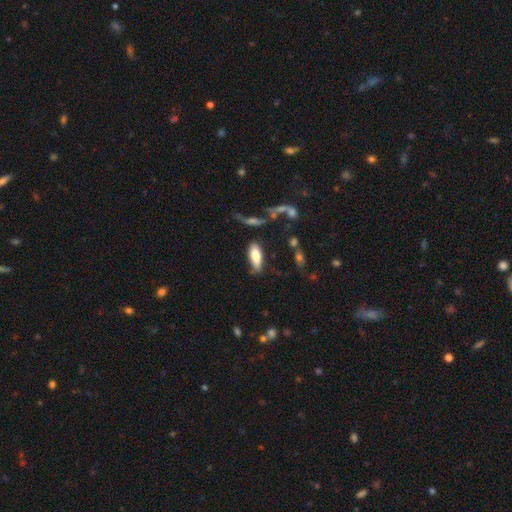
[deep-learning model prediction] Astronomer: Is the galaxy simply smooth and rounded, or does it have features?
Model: smooth — 77%.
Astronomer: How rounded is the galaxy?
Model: in between — 75%.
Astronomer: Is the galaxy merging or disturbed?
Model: none — 56%.